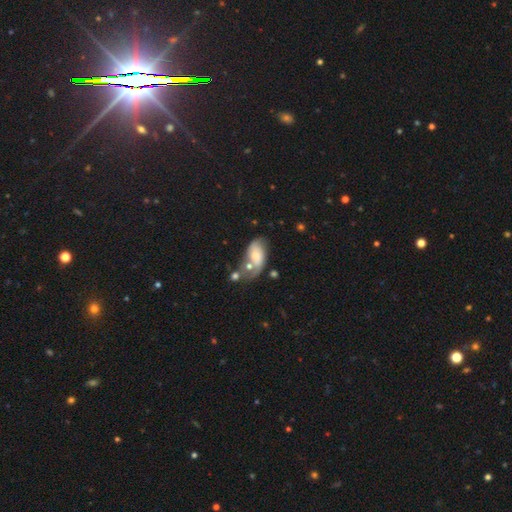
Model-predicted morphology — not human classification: Overall: smooth (46%, tied with featured or disk). Merging: merger (37%; none 26%).